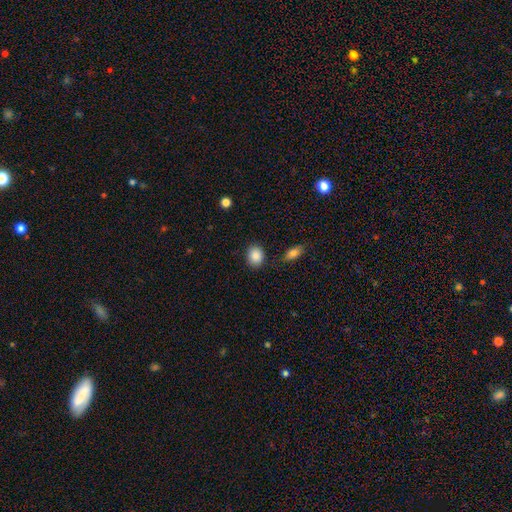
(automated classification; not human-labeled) Smooth or featured?
  - smooth: 88% *
  - star or artifact: 8%
  - featured or disk: 5%
How rounded?
  - round: 51% *
  - in between: 48%
  - cigar-shaped: 1%
Merging?
  - none: 85% *
  - minor disturbance: 9%
  - merger: 3%
  - major disturbance: 3%